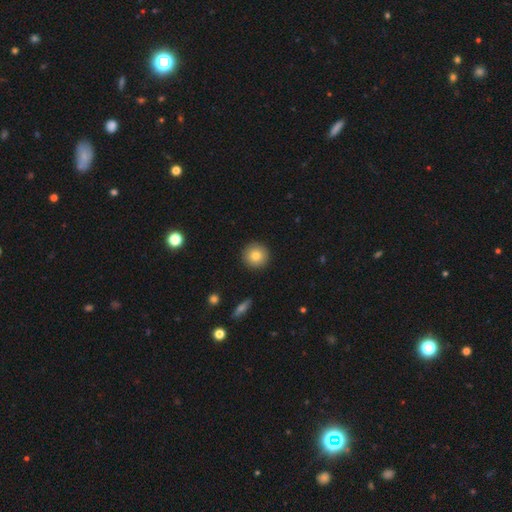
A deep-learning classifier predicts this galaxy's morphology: Q: Smooth or featured?
A: smooth (82%); runner-up: featured or disk (10%)
Q: How rounded?
A: round (95%); runner-up: in between (4%)
Q: Merging?
A: none (92%); runner-up: minor disturbance (5%)